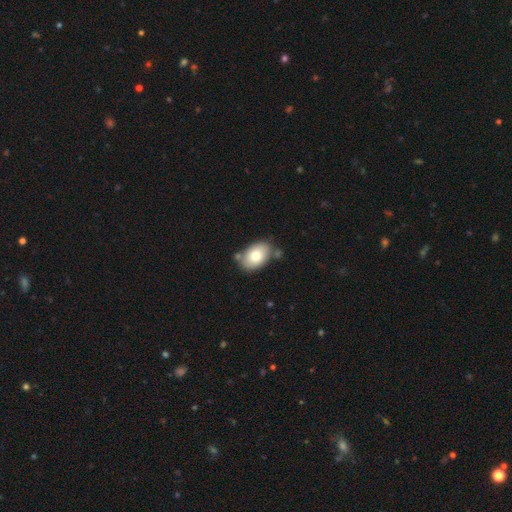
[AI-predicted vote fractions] smooth 78%, featured or disk 15%, star or artifact 7%. Down the decision tree: how rounded — in between (87%); merging — none (71%).